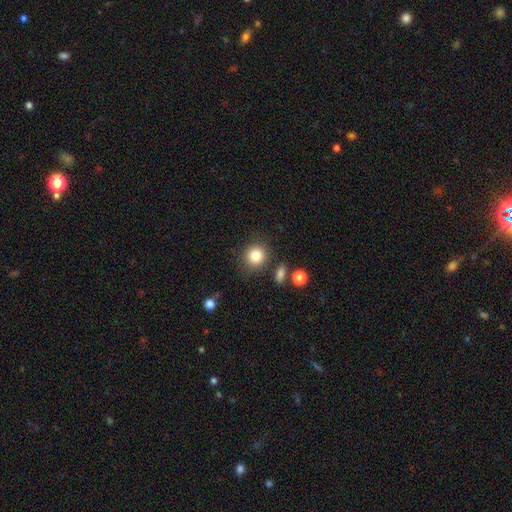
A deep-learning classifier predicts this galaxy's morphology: Q: Smooth or featured?
A: smooth (84%); runner-up: star or artifact (10%)
Q: How rounded?
A: round (86%); runner-up: in between (13%)
Q: Merging?
A: none (83%); runner-up: minor disturbance (9%)